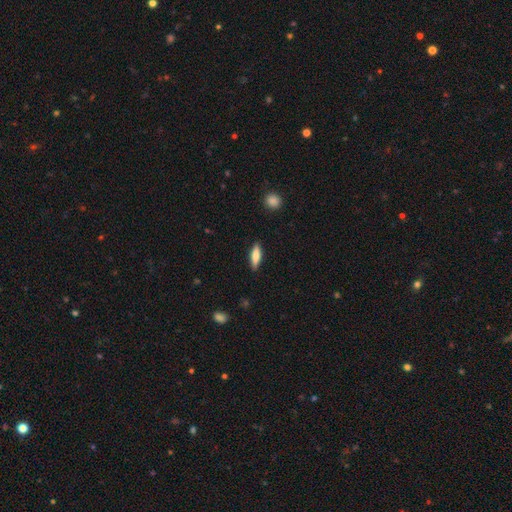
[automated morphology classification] This is likely a smooth galaxy (73%). How rounded: possibly cigar-shaped (59%). Merging: clearly none (88%).